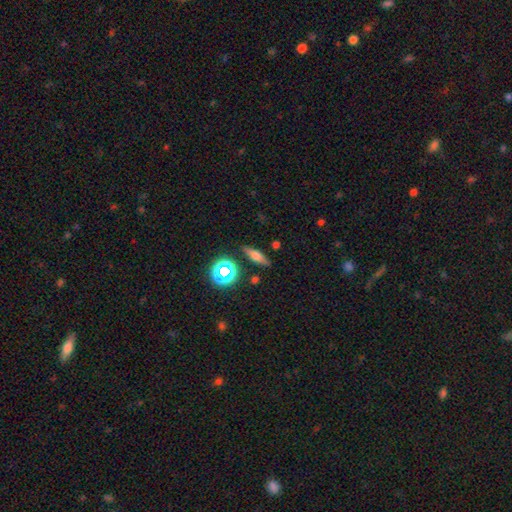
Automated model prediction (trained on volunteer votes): Smooth or featured: smooth — 50% (featured or disk — 36%)
How rounded: cigar-shaped — 54% (in between — 36%)
Merging: none — 85% (minor disturbance — 10%)